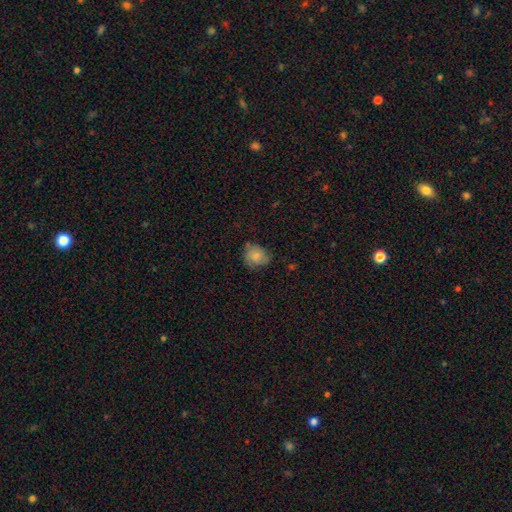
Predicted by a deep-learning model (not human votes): Smooth or featured? smooth (75%)
How rounded? round (67%)
Merging? none (60%)